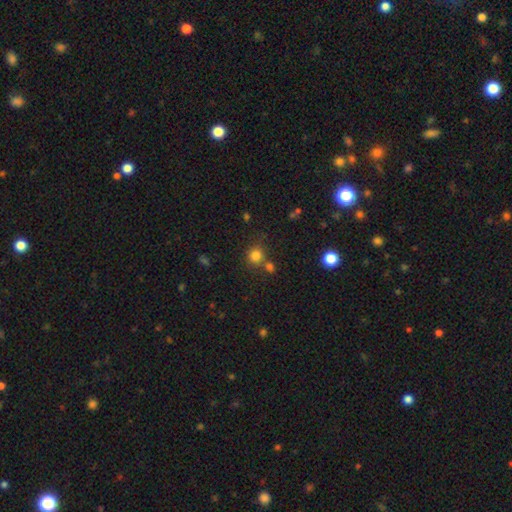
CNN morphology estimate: Smooth or featured: smooth — 80% (star or artifact — 14%)
How rounded: round — 87% (in between — 12%)
Merging: none — 67% (merger — 19%)